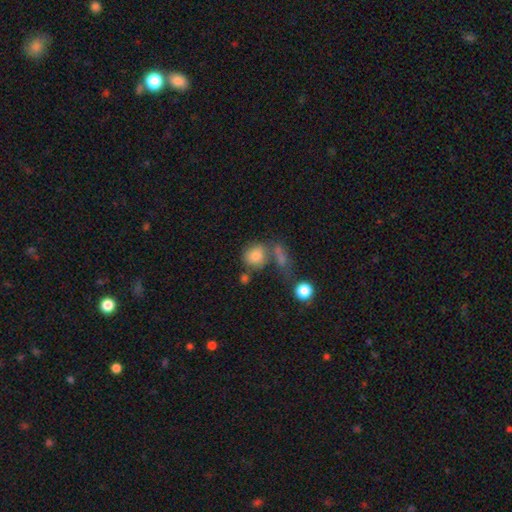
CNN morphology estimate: smooth_or_featured: smooth (p=0.79) [alt: star or artifact p=0.11]
how_rounded: round (p=0.73) [alt: in between p=0.25]
merging: none (p=0.50) [alt: merger p=0.29]